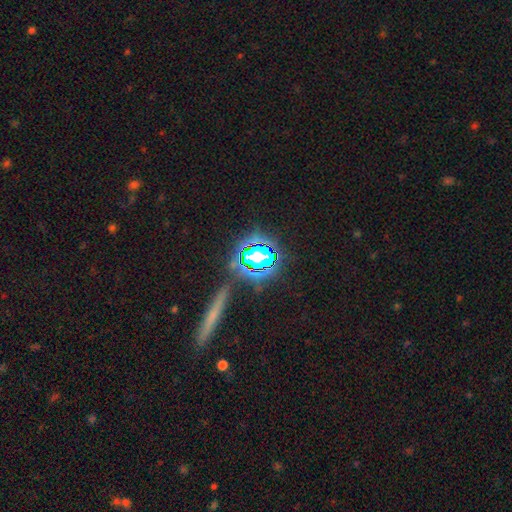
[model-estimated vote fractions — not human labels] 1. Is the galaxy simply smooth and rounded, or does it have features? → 62% star or artifact, 24% smooth, 14% featured or disk.